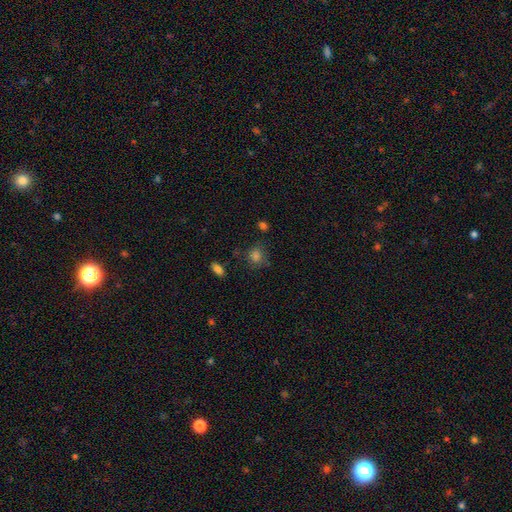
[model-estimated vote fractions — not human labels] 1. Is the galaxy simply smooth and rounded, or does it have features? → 78% smooth, 15% star or artifact, 7% featured or disk.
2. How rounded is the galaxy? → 70% round, 29% in between, 1% cigar-shaped.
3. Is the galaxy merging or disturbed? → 72% none, 18% minor disturbance, 7% major disturbance, 4% merger.